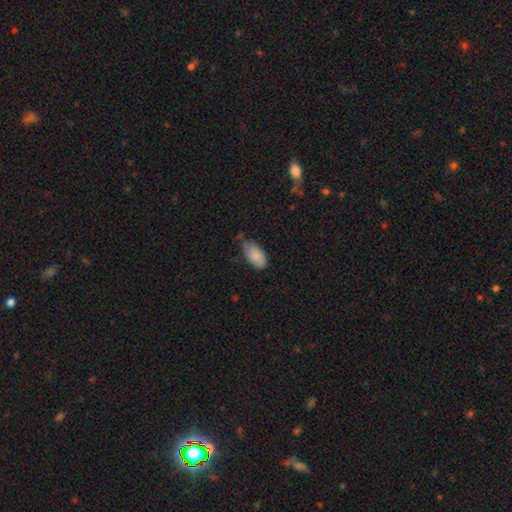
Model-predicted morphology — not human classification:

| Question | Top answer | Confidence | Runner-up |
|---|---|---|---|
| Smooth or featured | smooth | 86% | featured or disk (8%) |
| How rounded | in between | 94% | cigar-shaped (3%) |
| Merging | none | 59% | minor disturbance (34%) |